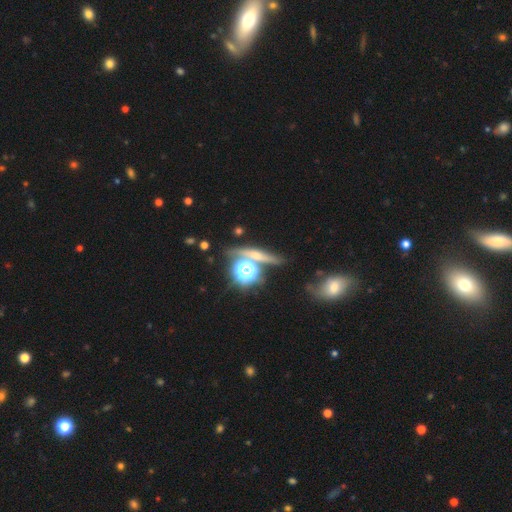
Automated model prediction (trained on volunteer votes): Morphology: type=smooth (37%); merging=none (72%).